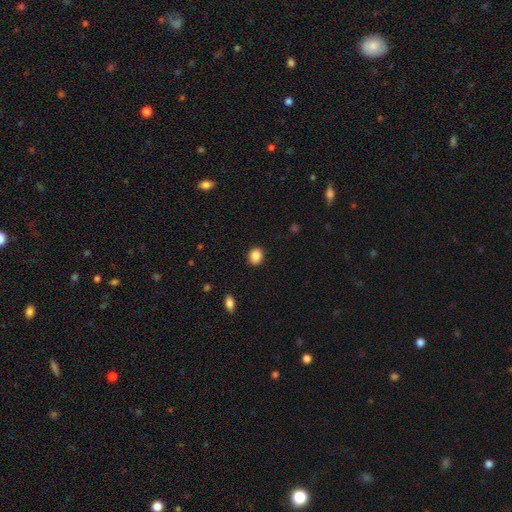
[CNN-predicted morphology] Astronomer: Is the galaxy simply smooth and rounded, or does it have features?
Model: smooth — 88%.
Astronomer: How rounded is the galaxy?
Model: round — 64%.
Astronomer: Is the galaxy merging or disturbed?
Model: none — 89%.